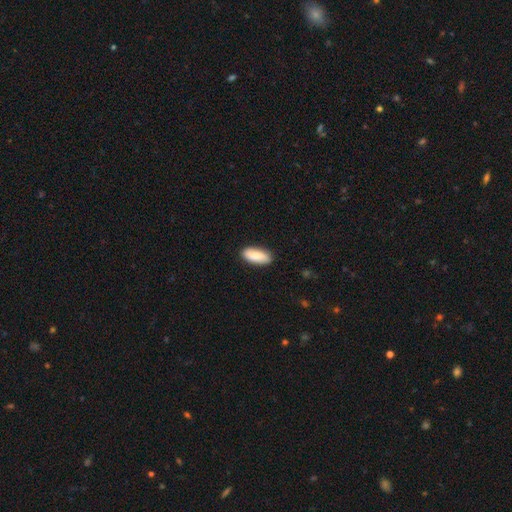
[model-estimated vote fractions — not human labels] This is clearly a smooth galaxy (85%). How rounded: clearly in between (82%). Merging: clearly none (87%).